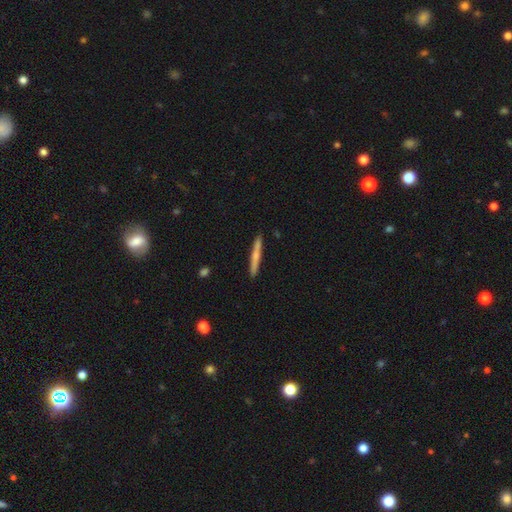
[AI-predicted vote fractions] smooth-or-featured: smooth: 55% | featured or disk: 39% | star or artifact: 6%
  how-rounded: cigar-shaped: 96% | in between: 3% | round: 2%
  merging: none: 90% | minor disturbance: 7% | major disturbance: 1% | merger: 1%